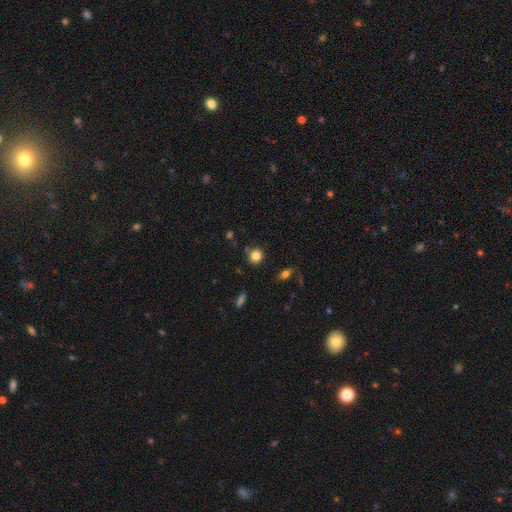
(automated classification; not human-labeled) A smooth galaxy with no disk features (81%) that is round (87%). Merging: none (84%).